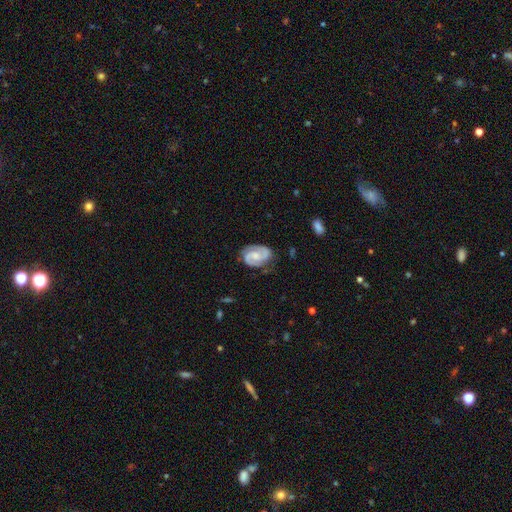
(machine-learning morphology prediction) A featured or disk galaxy (87%) with no bar (53%), 2 (91%) tight (46%) spiral arms (98%) and a moderate central bulge (43%). Merging: none (77%).